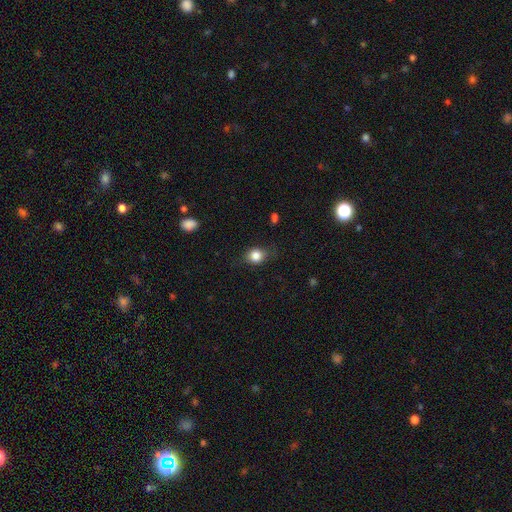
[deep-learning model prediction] Smooth or featured? smooth (81%)
How rounded? round (56%)
Merging? none (73%)